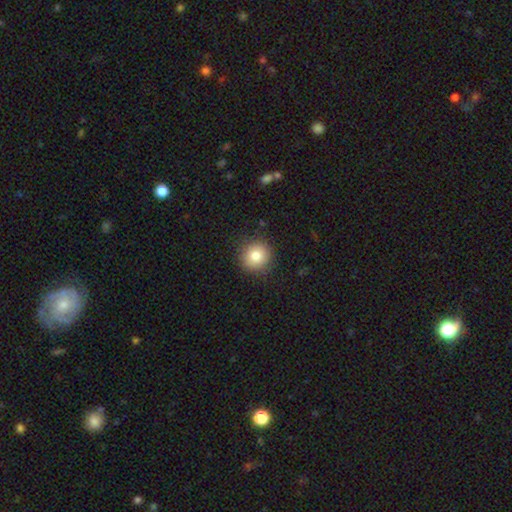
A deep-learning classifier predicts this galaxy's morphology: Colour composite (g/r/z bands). It shows a smooth galaxy with no disk features (81%) that is round (93%). Merging: none (90%).